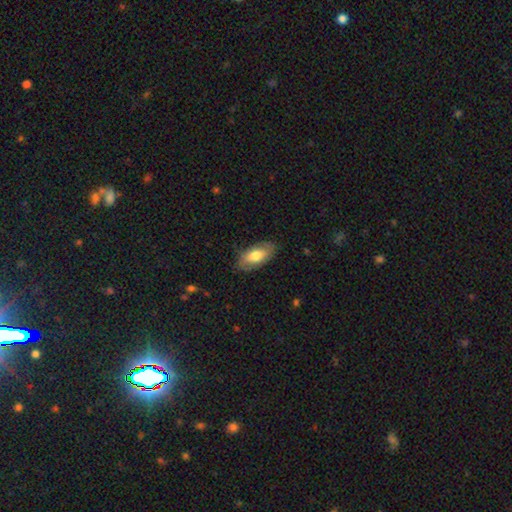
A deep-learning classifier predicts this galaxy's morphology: This is likely a smooth galaxy (67%). How rounded: clearly in between (91%). Merging: clearly none (82%).